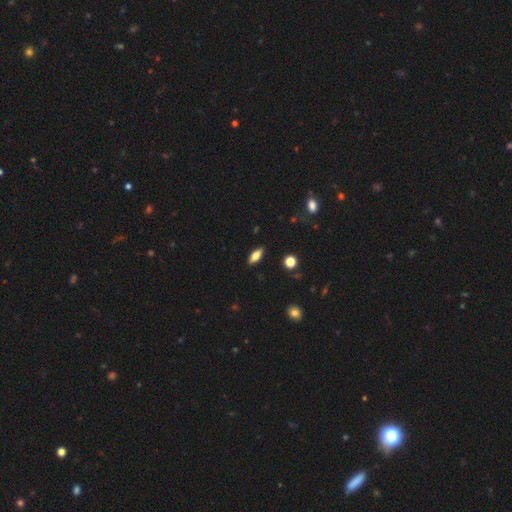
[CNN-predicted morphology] smooth_or_featured: smooth (p=0.74) [alt: featured or disk p=0.18]
how_rounded: in between (p=0.77) [alt: cigar-shaped p=0.20]
merging: none (p=0.88) [alt: minor disturbance p=0.09]